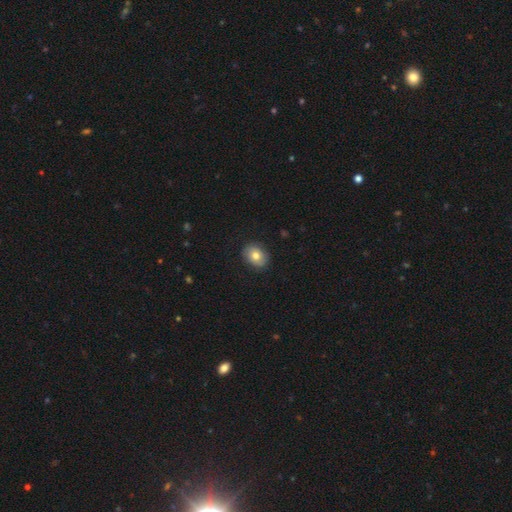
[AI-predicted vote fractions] Smooth or featured? smooth (73%)
How rounded? in between (51%)
Merging? none (86%)